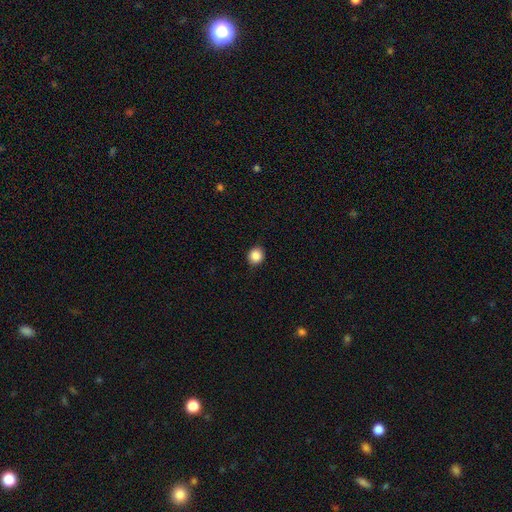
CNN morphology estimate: Q: Smooth or featured?
A: smooth (87%); runner-up: star or artifact (10%)
Q: How rounded?
A: round (86%); runner-up: in between (13%)
Q: Merging?
A: none (90%); runner-up: minor disturbance (7%)